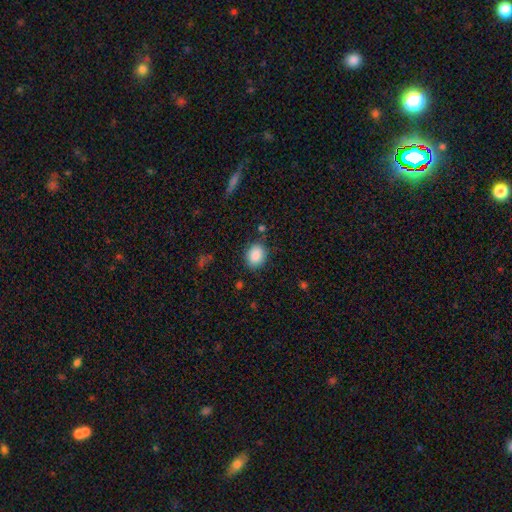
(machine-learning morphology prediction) type=smooth (89%); roundness=in between (53%); merging=none (82%).